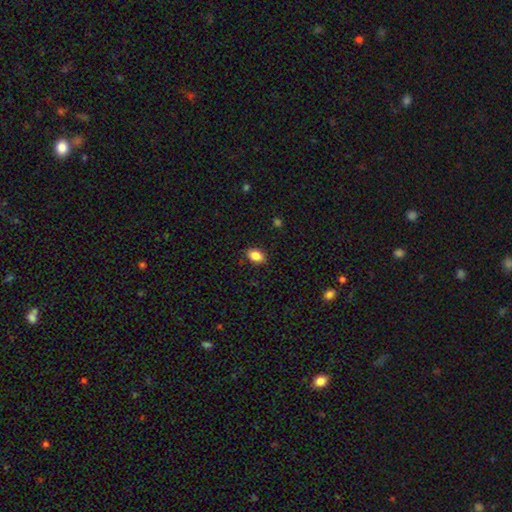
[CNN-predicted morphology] Overall: smooth (87%). How rounded: in between (87%). Merging: none (88%).